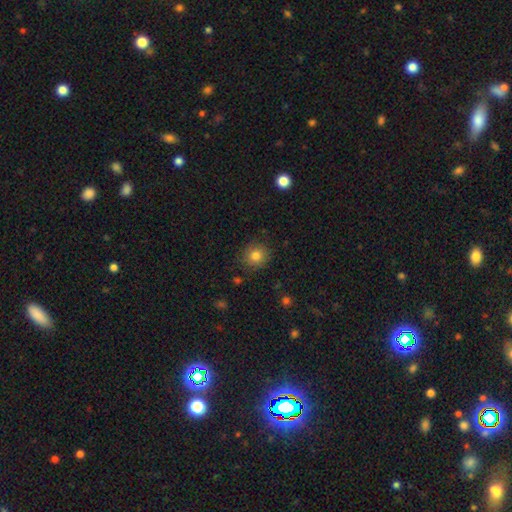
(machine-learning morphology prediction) type=smooth (80%); roundness=round (89%); merging=none (86%).